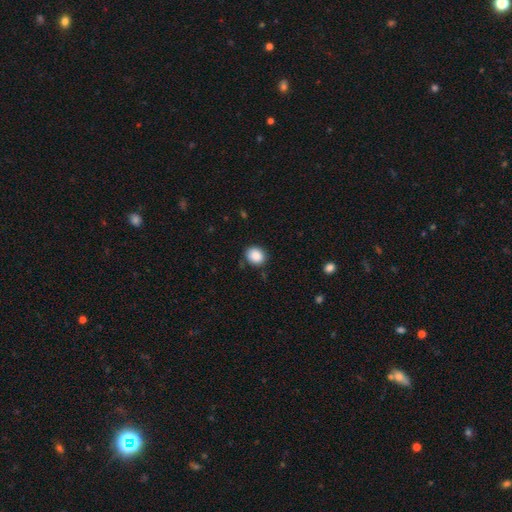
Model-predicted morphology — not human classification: smooth_or_featured: smooth (p=0.88) [alt: star or artifact p=0.08]
how_rounded: round (p=0.68) [alt: in between p=0.31]
merging: none (p=0.86) [alt: minor disturbance p=0.10]